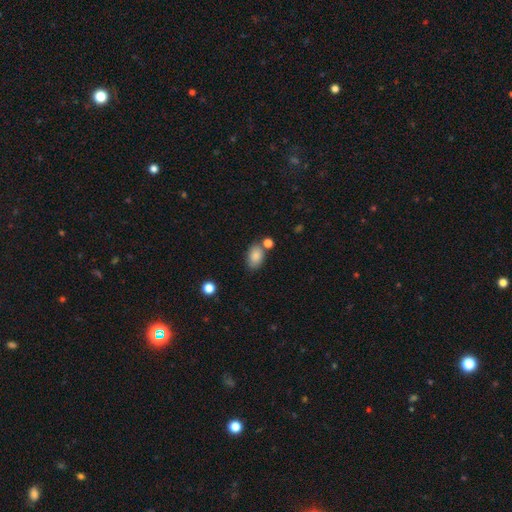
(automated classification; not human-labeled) Smooth or featured?
  - smooth: 85% *
  - star or artifact: 8%
  - featured or disk: 7%
How rounded?
  - in between: 86% *
  - round: 12%
  - cigar-shaped: 1%
Merging?
  - none: 66% *
  - minor disturbance: 16%
  - merger: 14%
  - major disturbance: 4%